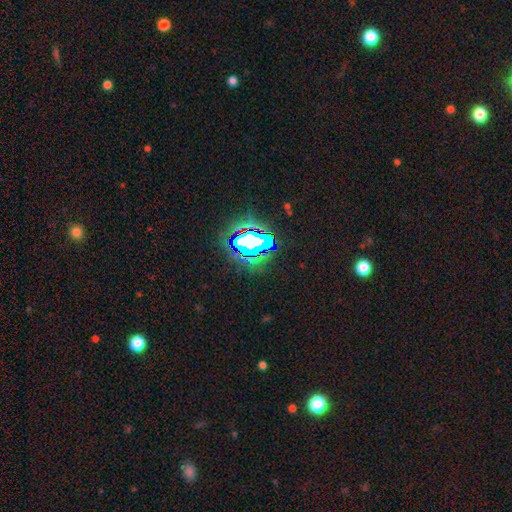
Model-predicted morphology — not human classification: This appears to be a star or artifact, not a galaxy (83%).